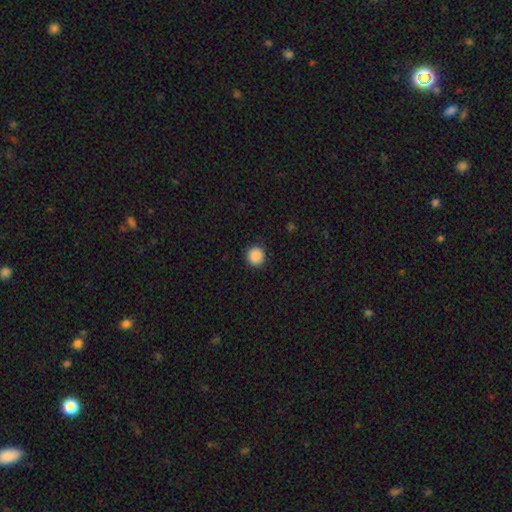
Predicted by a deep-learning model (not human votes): Overall: smooth (89%). How rounded: round (94%). Merging: none (92%).